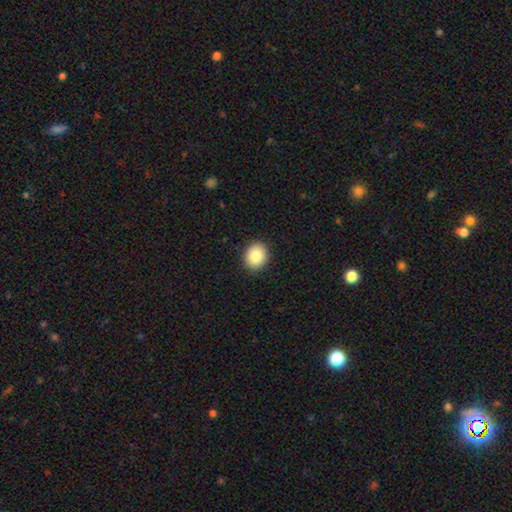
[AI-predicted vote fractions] Overall: smooth (86%). How rounded: round (66%; in between 33%). Merging: none (91%).